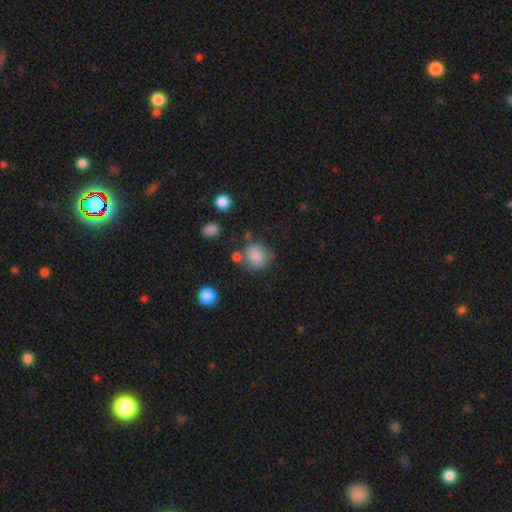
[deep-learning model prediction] Smooth or featured: smooth — 79% (featured or disk — 11%)
How rounded: round — 71% (in between — 28%)
Merging: none — 55% (minor disturbance — 23%)